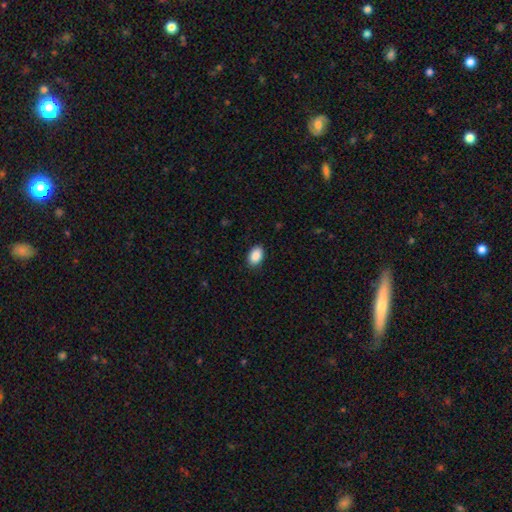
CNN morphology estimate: A smooth galaxy with no disk features (90%) that is in between round and cigar-shaped (89%).

Vote fractions:
- Smooth or featured? smooth: 90% / star or artifact: 7% / featured or disk: 3%
- How rounded? in between: 89% / round: 9% / cigar-shaped: 1%
- Merging? none: 88% / minor disturbance: 9% / major disturbance: 2% / merger: 1%